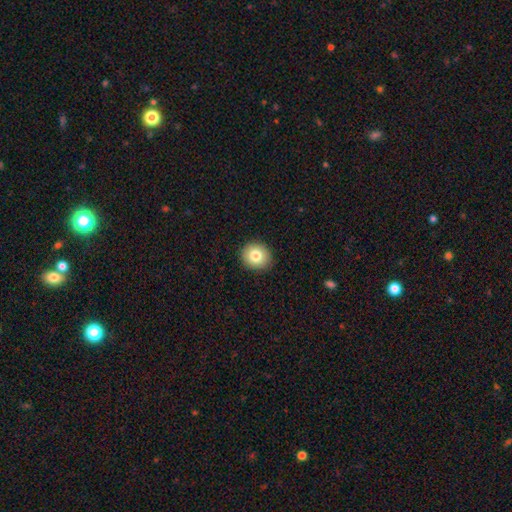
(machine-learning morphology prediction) Smooth or featured?
  - smooth: 81% *
  - featured or disk: 10%
  - star or artifact: 9%
How rounded?
  - round: 80% *
  - in between: 19%
  - cigar-shaped: 1%
Merging?
  - none: 91% *
  - minor disturbance: 6%
  - major disturbance: 2%
  - merger: 1%